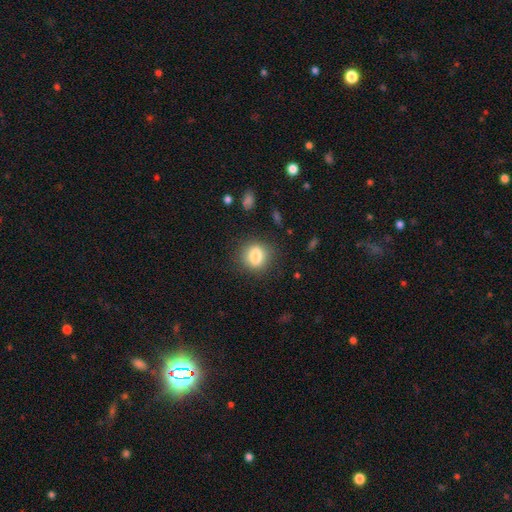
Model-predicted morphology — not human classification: smooth-or-featured: smooth: 81% | star or artifact: 9% | featured or disk: 9%
  how-rounded: round: 60% | in between: 38% | cigar-shaped: 2%
  merging: none: 83% | minor disturbance: 11% | major disturbance: 4% | merger: 2%